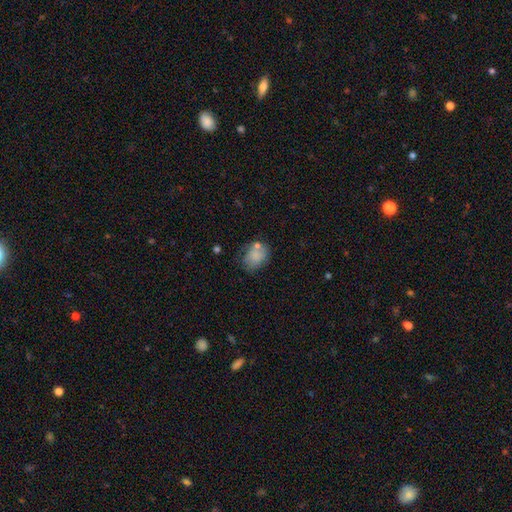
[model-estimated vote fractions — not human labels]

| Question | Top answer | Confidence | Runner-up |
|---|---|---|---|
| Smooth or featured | smooth | 78% | featured or disk (13%) |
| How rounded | in between | 59% | round (40%) |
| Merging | none | 55% | minor disturbance (23%) |